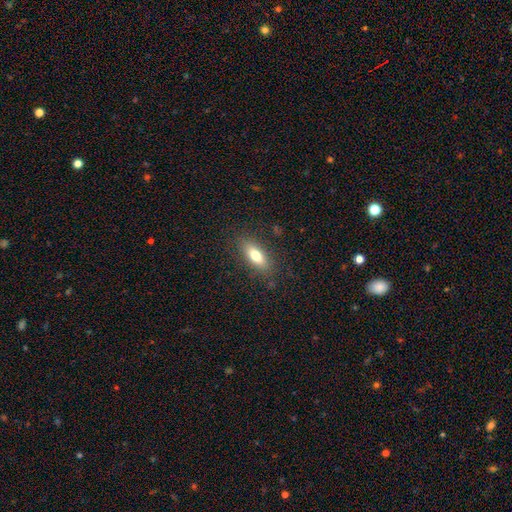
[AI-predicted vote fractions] Overall: smooth (73%). How rounded: in between (71%). Merging: none (85%).